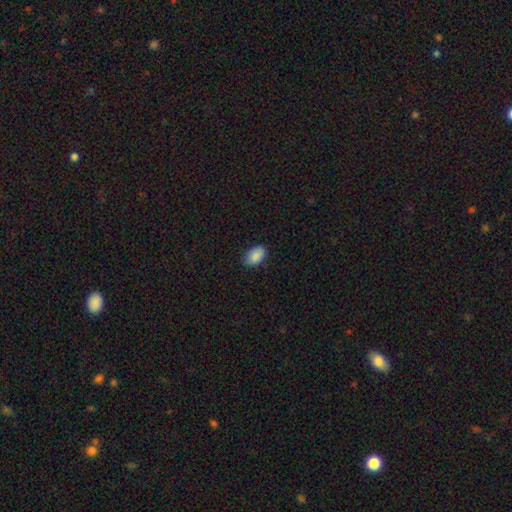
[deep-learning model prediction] Smooth or featured? smooth (89%)
How rounded? in between (89%)
Merging? none (82%)